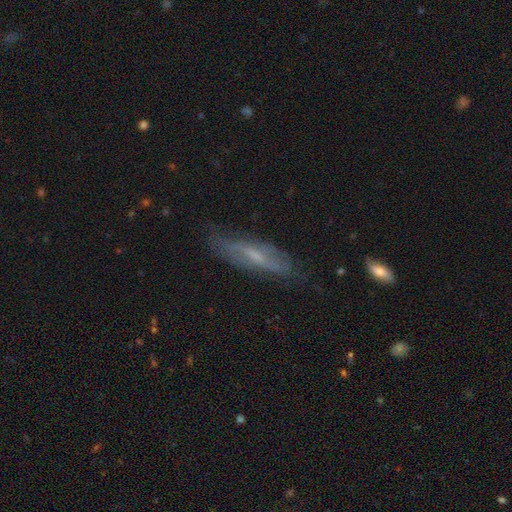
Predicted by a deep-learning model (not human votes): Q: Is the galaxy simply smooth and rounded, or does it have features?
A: featured or disk — 56%.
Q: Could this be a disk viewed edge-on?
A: no — 53%.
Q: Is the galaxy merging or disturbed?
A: none — 73%.